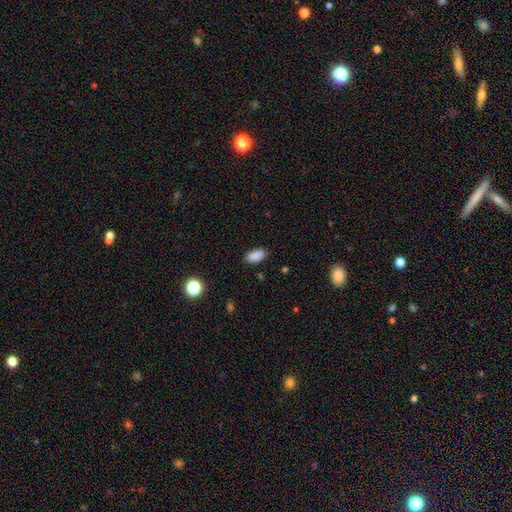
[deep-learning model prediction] The model was most divided on "merging": none: 86%, minor disturbance: 10%, major disturbance: 2%, merger: 1%. More confident: how rounded — in between (91%); smooth or featured — smooth (87%).